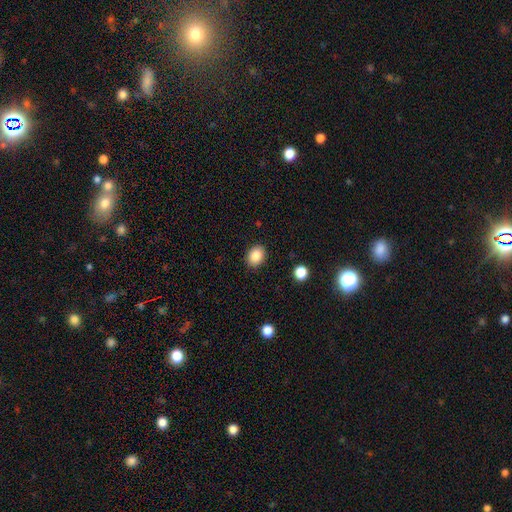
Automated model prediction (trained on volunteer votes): The model was most divided on "how rounded": in between: 67%, round: 32%, cigar-shaped: 1%. More confident: merging — none (88%); smooth or featured — smooth (88%).